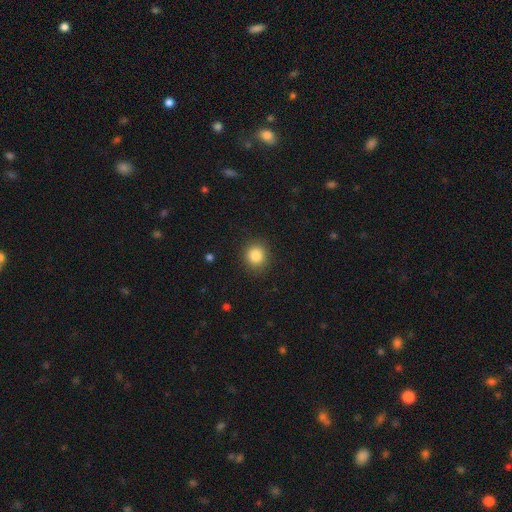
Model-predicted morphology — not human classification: smooth_or_featured: smooth (p=0.84) [alt: star or artifact p=0.10]
how_rounded: round (p=0.87) [alt: in between p=0.13]
merging: none (p=0.89) [alt: minor disturbance p=0.07]